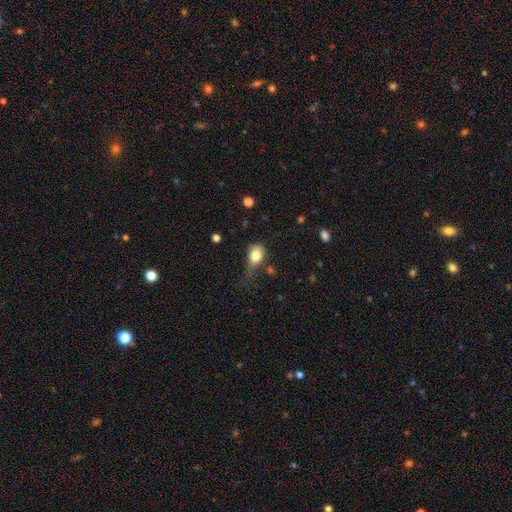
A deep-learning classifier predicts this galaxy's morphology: This appears to be a smooth galaxy with no disk features (80%) that is in between round and cigar-shaped (59%). Merging: minor disturbance (36%).